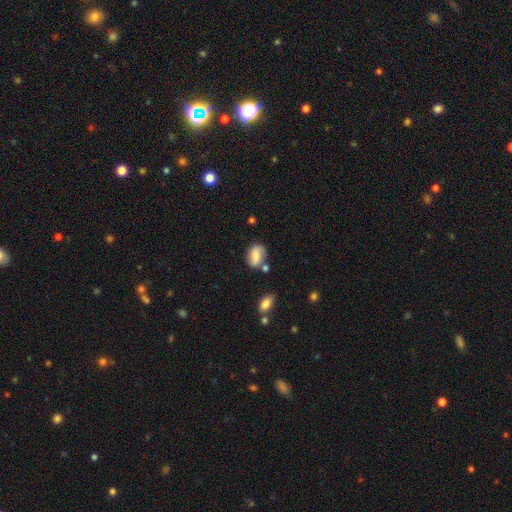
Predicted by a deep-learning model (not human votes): A smooth galaxy with no disk features (49%). Merging: none (64%).